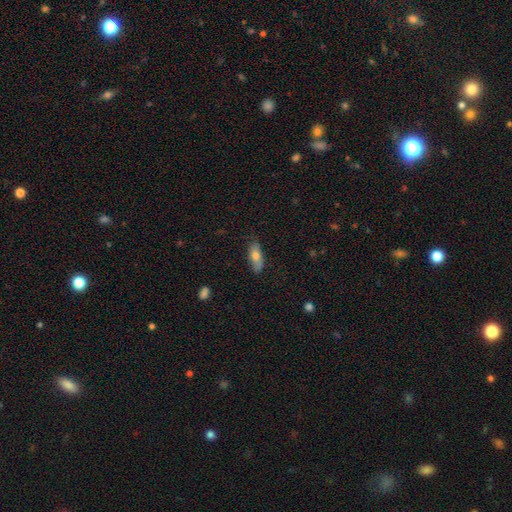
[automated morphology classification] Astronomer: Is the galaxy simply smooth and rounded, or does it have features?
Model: smooth — 69%.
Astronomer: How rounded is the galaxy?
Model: in between — 73%.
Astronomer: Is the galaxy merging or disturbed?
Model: none — 78%.